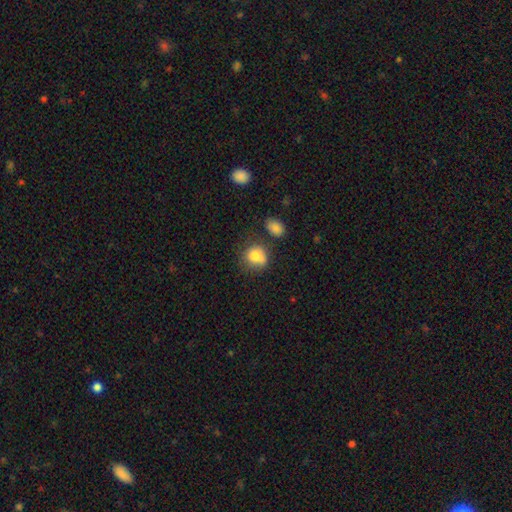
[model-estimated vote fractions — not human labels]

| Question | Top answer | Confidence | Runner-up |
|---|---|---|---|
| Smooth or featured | smooth | 80% | featured or disk (10%) |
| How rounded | round | 71% | in between (27%) |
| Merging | none | 55% | minor disturbance (24%) |